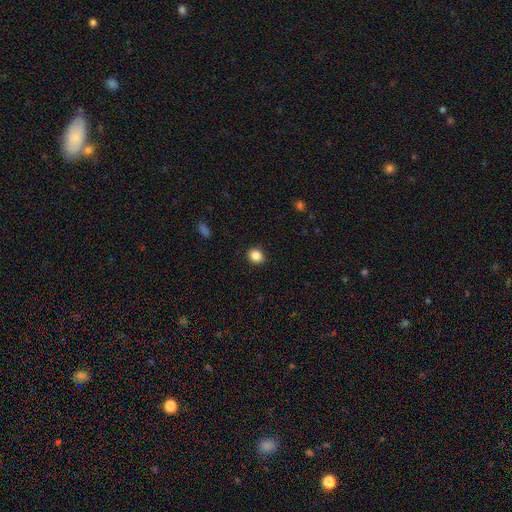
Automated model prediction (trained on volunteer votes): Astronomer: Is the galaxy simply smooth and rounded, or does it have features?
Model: smooth — 87%.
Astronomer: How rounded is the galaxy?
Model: round — 62% (runner-up: in between, 38%).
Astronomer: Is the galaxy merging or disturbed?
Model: none — 90%.